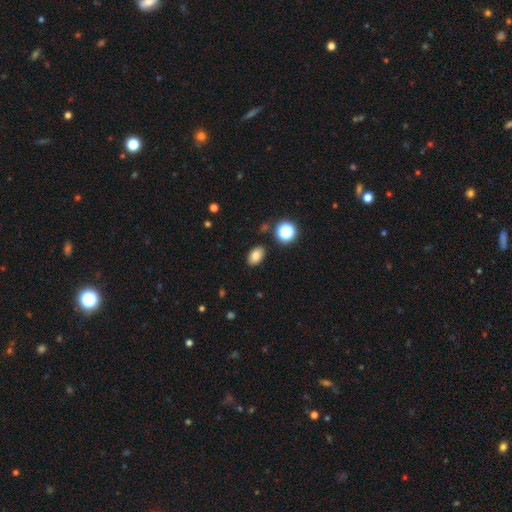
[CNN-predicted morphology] Smooth or featured? smooth (81%)
How rounded? in between (85%)
Merging? none (87%)